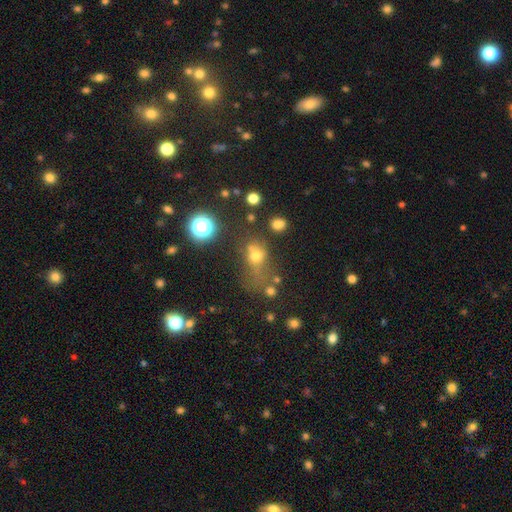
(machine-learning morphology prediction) The model was most divided on "merging": none: 36%, major disturbance: 24%, minor disturbance: 20%, merger: 20%. More confident: smooth or featured — smooth (62%); how rounded — round (55%).